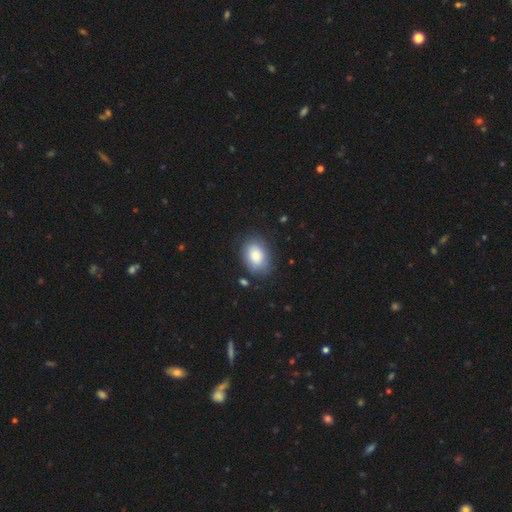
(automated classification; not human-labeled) Smooth or featured: smooth — 83% (featured or disk — 10%)
How rounded: in between — 80% (round — 19%)
Merging: none — 77% (minor disturbance — 16%)